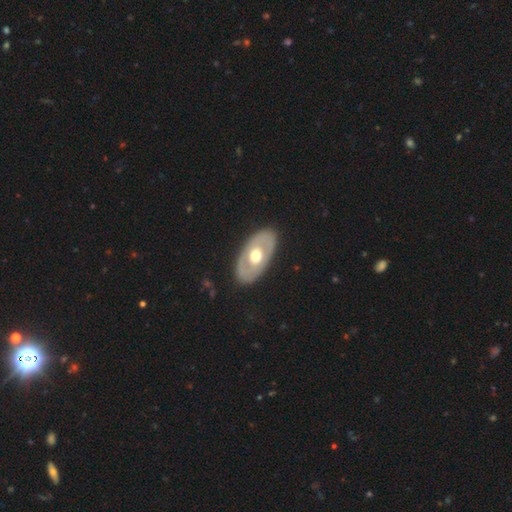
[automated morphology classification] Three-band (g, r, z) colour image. It shows a featured or disk galaxy (56%). Merging: none (86%).